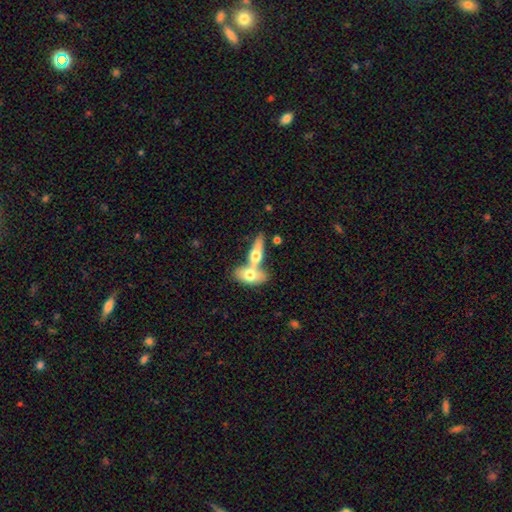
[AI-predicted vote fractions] This is possibly a smooth galaxy (57%). How rounded: possibly in between (56%). Merging: likely merger (62%).